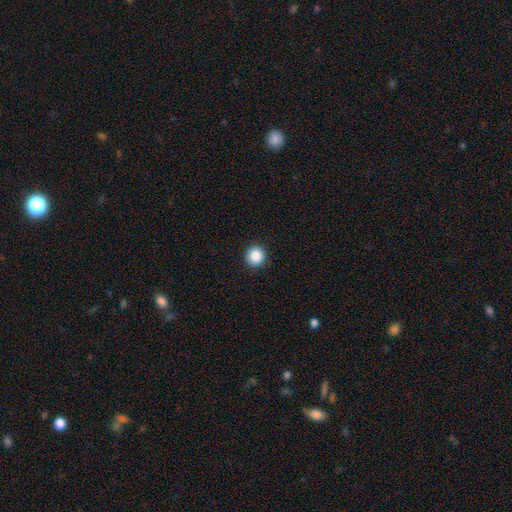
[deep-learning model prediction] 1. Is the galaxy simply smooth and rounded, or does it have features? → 87% smooth, 9% star or artifact, 3% featured or disk.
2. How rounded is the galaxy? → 93% round, 6% in between, 1% cigar-shaped.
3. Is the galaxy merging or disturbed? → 92% none, 5% minor disturbance, 2% major disturbance, 1% merger.